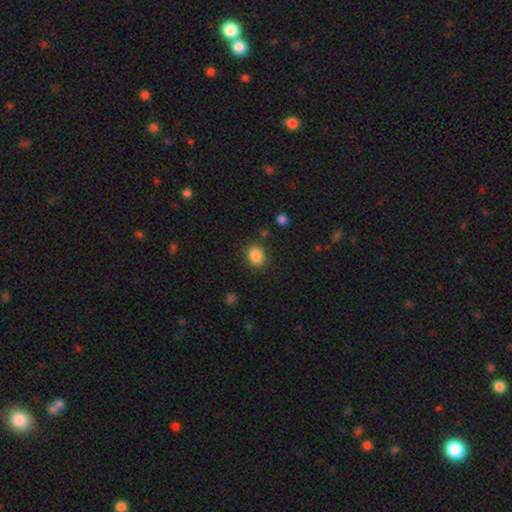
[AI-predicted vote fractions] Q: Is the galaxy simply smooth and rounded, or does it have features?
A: smooth — 87%.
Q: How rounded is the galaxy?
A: in between — 58%.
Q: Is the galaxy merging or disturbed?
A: none — 84%.